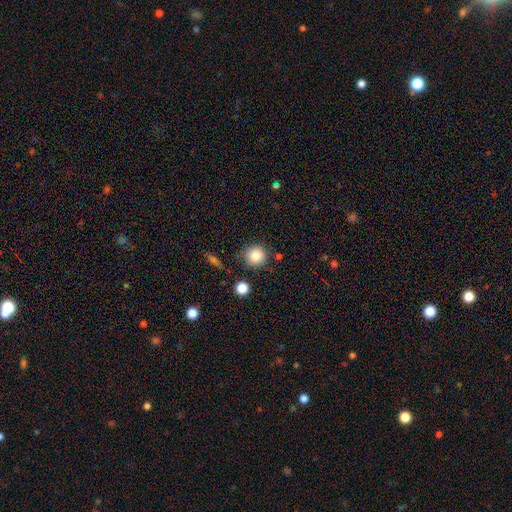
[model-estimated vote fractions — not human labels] Smooth or featured?
  - smooth: 85% *
  - star or artifact: 9%
  - featured or disk: 5%
How rounded?
  - round: 92% *
  - in between: 7%
  - cigar-shaped: 1%
Merging?
  - none: 81% *
  - minor disturbance: 11%
  - merger: 5%
  - major disturbance: 4%